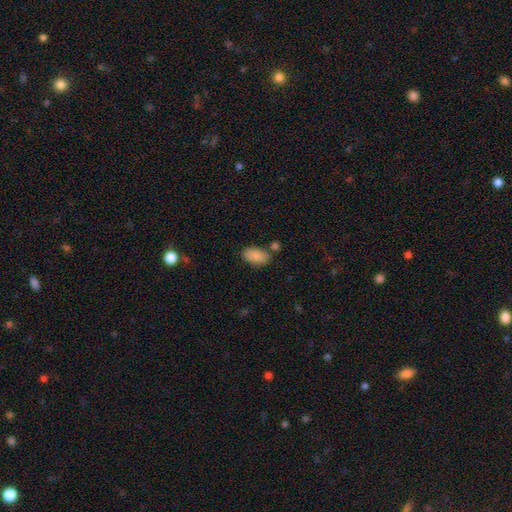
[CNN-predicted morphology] type=smooth (88%); roundness=in between (93%); merging=none (71%).